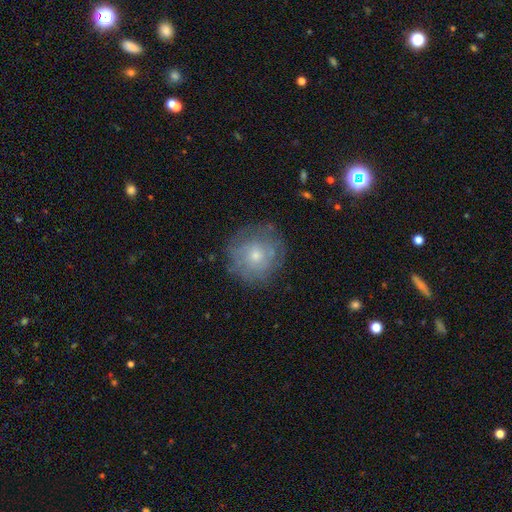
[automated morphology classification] This appears to be a smooth galaxy with no disk features (52%) that is round (93%). Merging: none (76%).